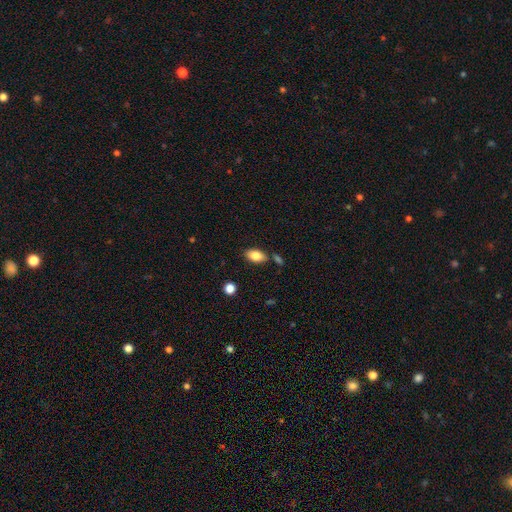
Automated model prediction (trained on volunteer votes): This appears to be a smooth galaxy with no disk features (83%) that is in between round and cigar-shaped (91%). Merging: none (75%).